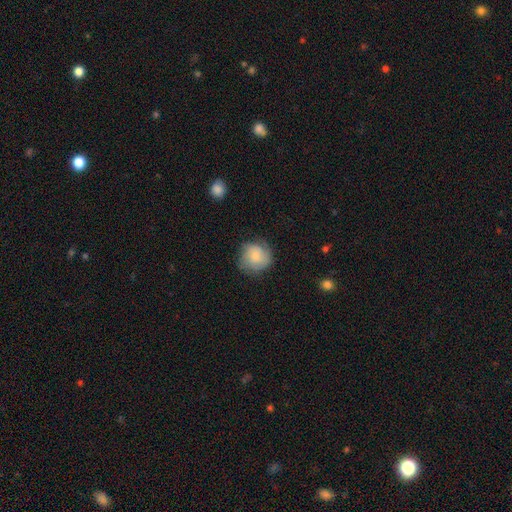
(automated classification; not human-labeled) The model was most divided on "smooth or featured": smooth: 66%, featured or disk: 26%, star or artifact: 7%. More confident: how rounded — round (88%); merging — none (71%).